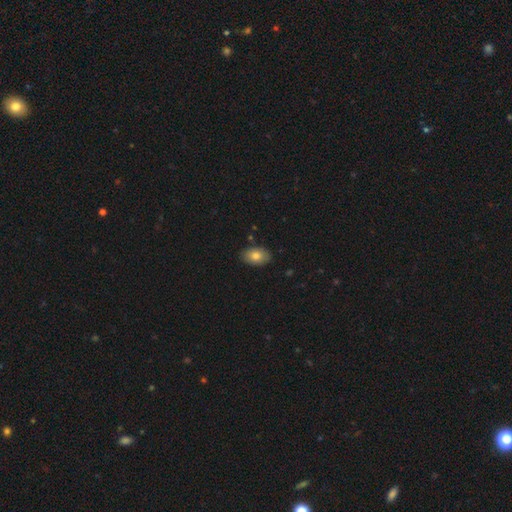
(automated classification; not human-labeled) This appears to be a smooth galaxy with no disk features (81%) that is in between round and cigar-shaped (90%). Merging: none (86%).